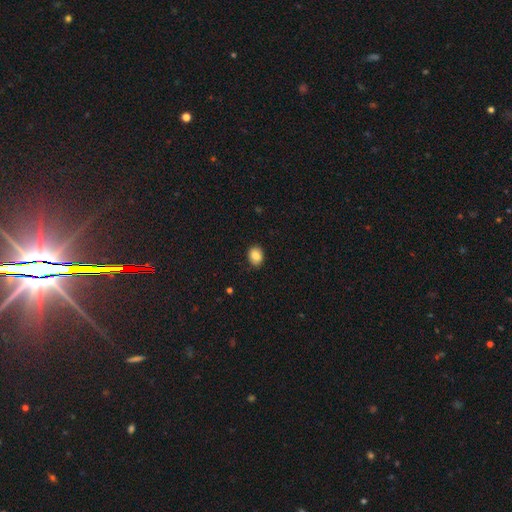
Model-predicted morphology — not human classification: A smooth galaxy with no disk features (86%) that is in between round and cigar-shaped (62%). Merging: none (83%).